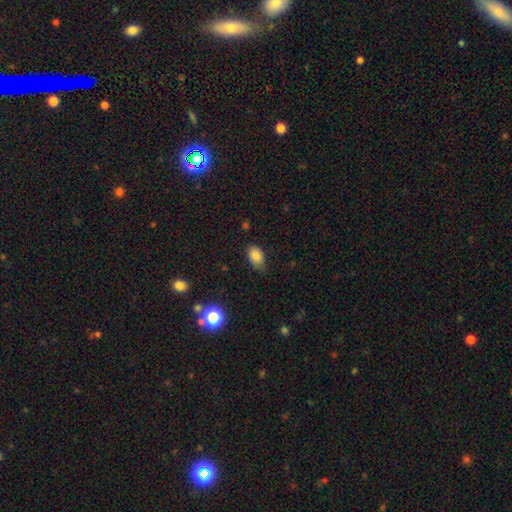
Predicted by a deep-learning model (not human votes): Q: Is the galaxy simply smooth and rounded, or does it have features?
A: smooth — 84%.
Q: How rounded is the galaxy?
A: in between — 89%.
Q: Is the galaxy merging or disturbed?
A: none — 76%.